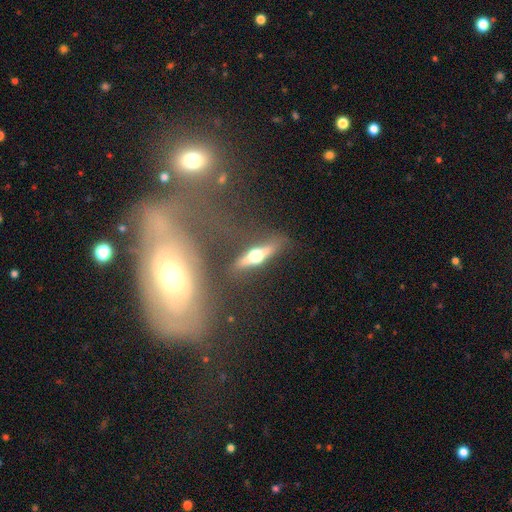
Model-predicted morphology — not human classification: Smooth or featured?
  - featured or disk: 66% *
  - smooth: 26%
  - star or artifact: 8%
Edge-on disk?
  - yes: 93% *
  - no: 7%
Edge-on bulge?
  - rounded: 96% *
  - boxy: 3%
  - none: 2%
Merging?
  - none: 83% *
  - minor disturbance: 10%
  - major disturbance: 4%
  - merger: 3%